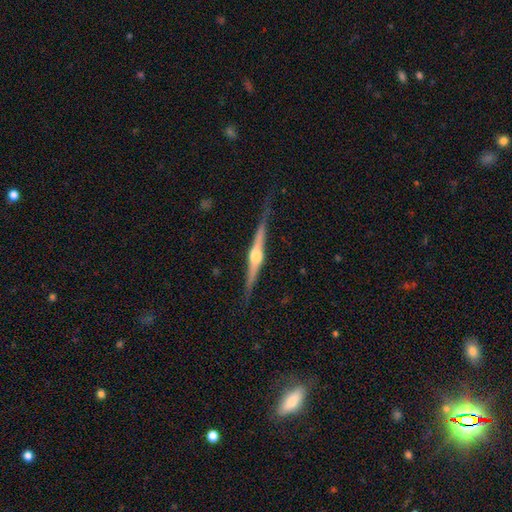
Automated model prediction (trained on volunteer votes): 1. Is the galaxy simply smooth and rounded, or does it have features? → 82% featured or disk, 14% smooth, 5% star or artifact.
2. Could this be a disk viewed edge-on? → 98% yes, 2% no.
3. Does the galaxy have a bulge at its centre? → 93% rounded, 4% boxy, 2% none.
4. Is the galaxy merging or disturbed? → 83% none, 13% minor disturbance, 2% major disturbance, 1% merger.